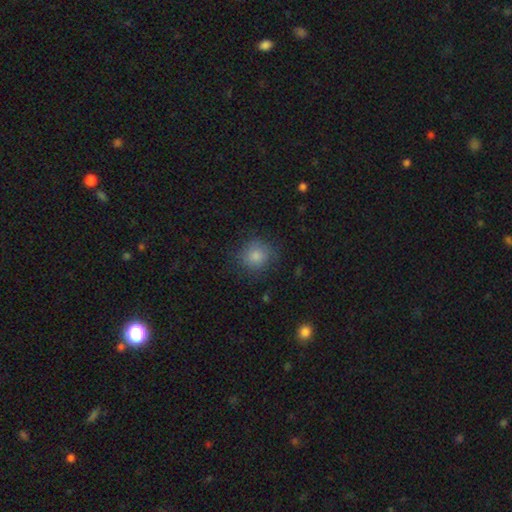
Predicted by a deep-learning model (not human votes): The model was most divided on "merging": none: 81%, minor disturbance: 14%, major disturbance: 4%, merger: 1%. More confident: how rounded — round (88%); smooth or featured — smooth (80%).